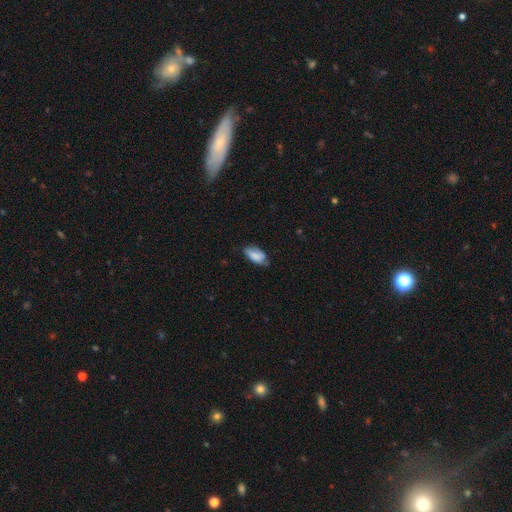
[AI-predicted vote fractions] Overall: smooth (79%). How rounded: in between (91%). Merging: none (60%; minor disturbance 32%).